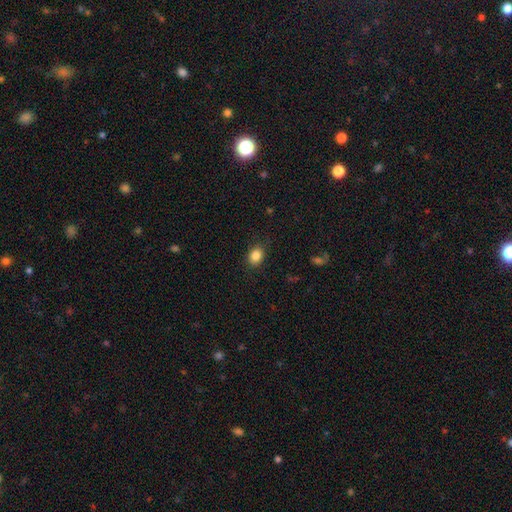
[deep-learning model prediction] This appears to be a smooth galaxy with no disk features (86%) that is in between round and cigar-shaped (53%). Merging: none (86%).